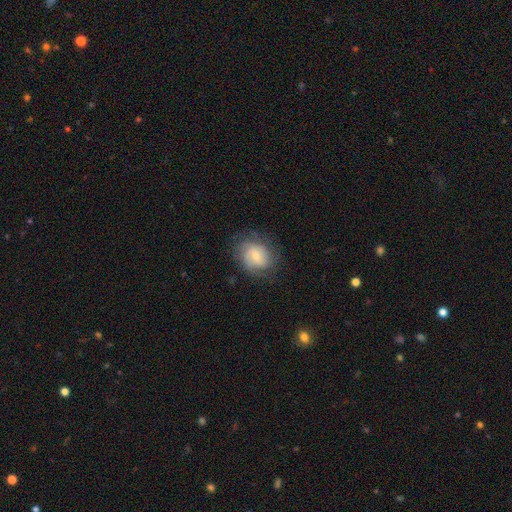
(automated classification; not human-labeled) The model was most divided on "bar" (2-way tie): no: 46%, weak: 46%, strong: 8%. More confident: edge-on disk — no (97%); spiral arms — yes (85%); merging — none (70%); smooth or featured — featured or disk (58%); bulge size — small (55%).